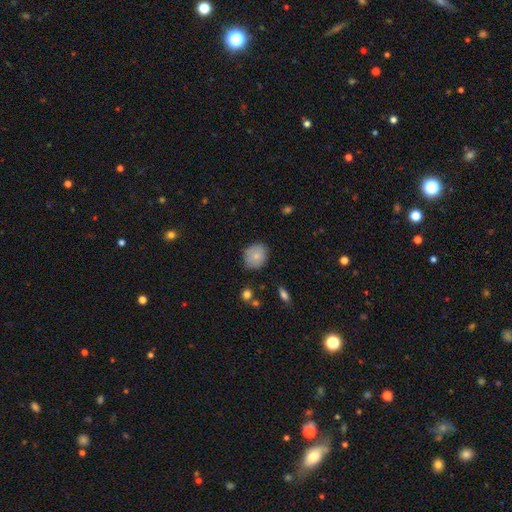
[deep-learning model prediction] Smooth or featured: smooth — 77% (featured or disk — 15%)
How rounded: round — 62% (in between — 37%)
Merging: none — 80% (minor disturbance — 15%)